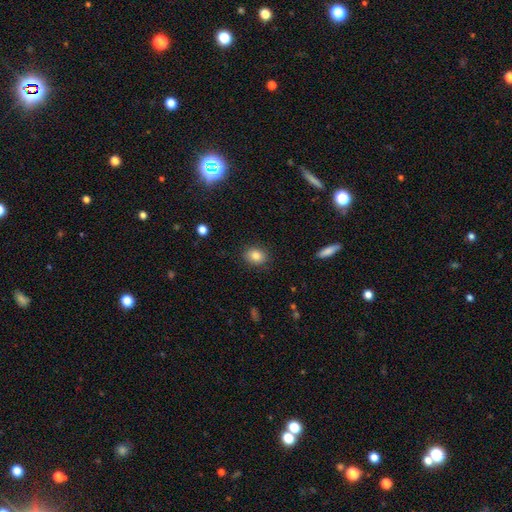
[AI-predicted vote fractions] Smooth or featured? smooth (84%)
How rounded? in between (54%)
Merging? none (87%)